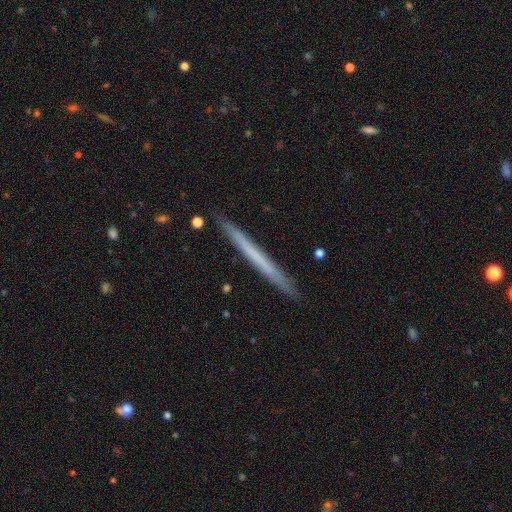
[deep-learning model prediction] Smooth or featured: smooth — 50% (featured or disk — 44%)
How rounded: cigar-shaped — 98% (in between — 1%)
Merging: none — 91% (minor disturbance — 6%)